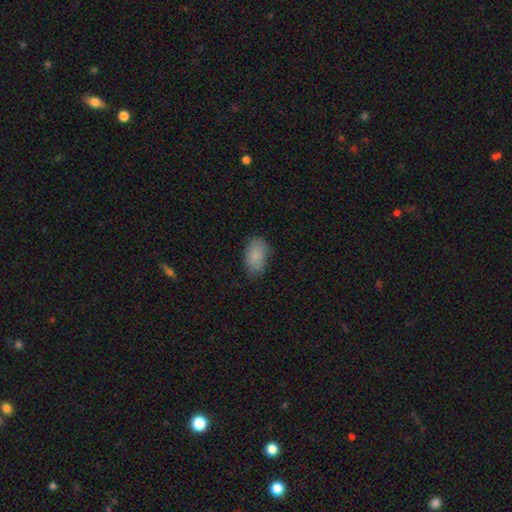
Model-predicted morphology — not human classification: This appears to be a smooth galaxy with no disk features (86%) that is in between round and cigar-shaped (92%). Merging: none (75%).